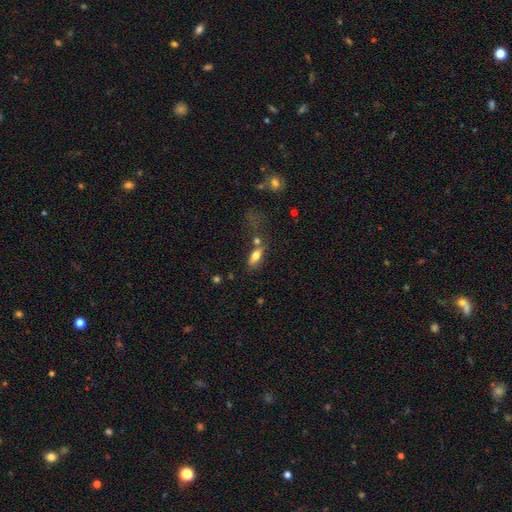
smooth-or-featured: smooth: 85% | featured or disk: 13% | star or artifact: 3%
  how-rounded: in between: 85% | cigar-shaped: 9% | round: 6%
  merging: none: 45% | merger: 37% | minor disturbance: 13% | major disturbance: 5%